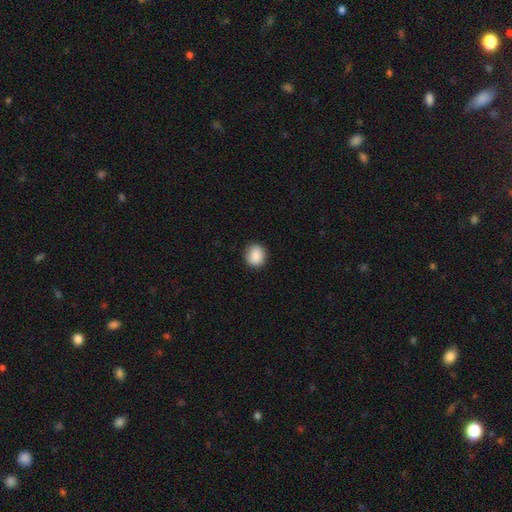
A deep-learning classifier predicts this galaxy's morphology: Smooth or featured: smooth — 87% (star or artifact — 8%)
How rounded: round — 79% (in between — 20%)
Merging: none — 88% (minor disturbance — 9%)